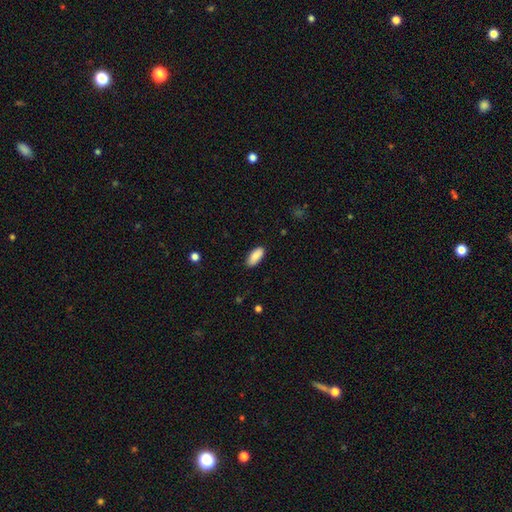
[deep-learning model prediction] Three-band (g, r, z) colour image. It shows a smooth galaxy with no disk features (87%) that is in between round and cigar-shaped (86%). Merging: none (86%).